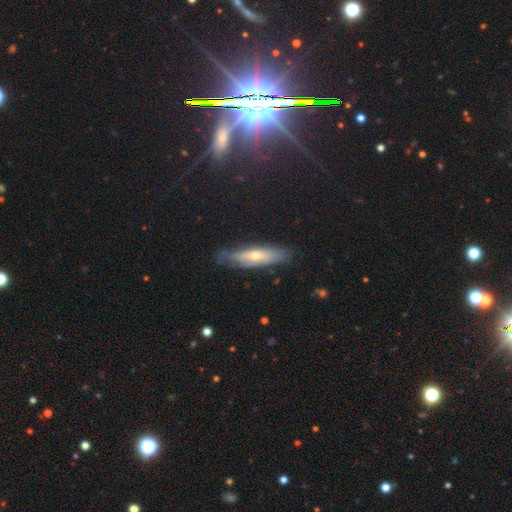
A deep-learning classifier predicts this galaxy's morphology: Smooth or featured?
  - featured or disk: 54% *
  - smooth: 38%
  - star or artifact: 9%
Edge-on disk?
  - yes: 59% *
  - no: 41%
Merging?
  - none: 73% *
  - minor disturbance: 21%
  - major disturbance: 5%
  - merger: 2%